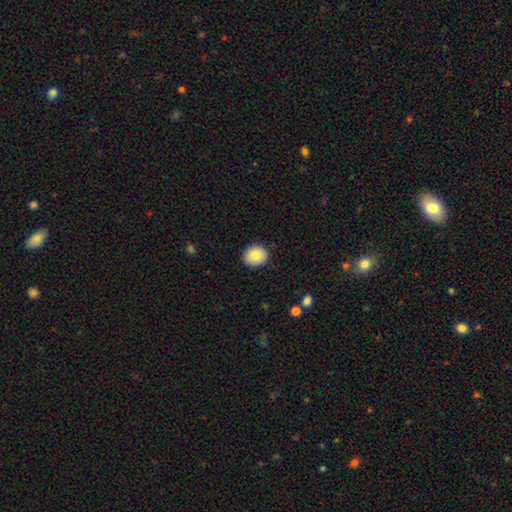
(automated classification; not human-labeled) Smooth or featured?
  - smooth: 84% *
  - featured or disk: 8%
  - star or artifact: 8%
How rounded?
  - round: 69% *
  - in between: 30%
  - cigar-shaped: 1%
Merging?
  - none: 89% *
  - minor disturbance: 9%
  - major disturbance: 2%
  - merger: 1%